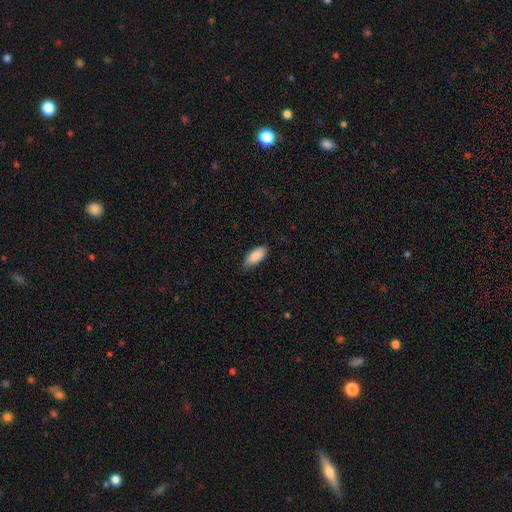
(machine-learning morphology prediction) The model was most divided on "merging": none: 81%, minor disturbance: 15%, major disturbance: 2%, merger: 1%. More confident: how rounded — in between (90%); smooth or featured — smooth (90%).